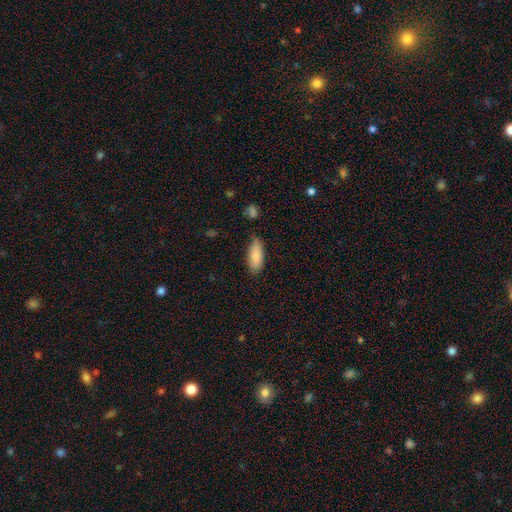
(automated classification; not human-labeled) The model was most divided on "how rounded": in between: 77%, cigar-shaped: 21%, round: 2%. More confident: smooth or featured — smooth (85%); merging — none (78%).